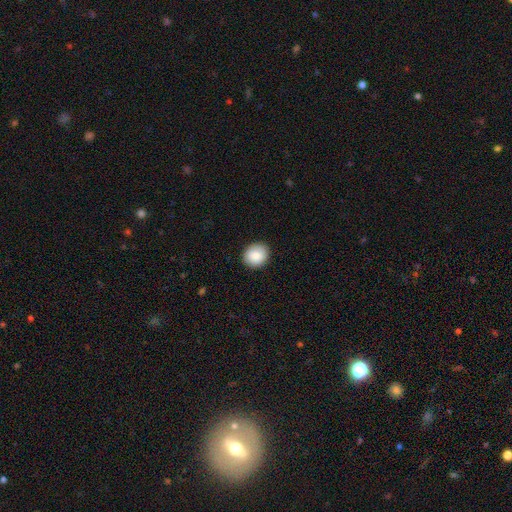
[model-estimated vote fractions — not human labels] Smooth or featured? smooth (86%)
How rounded? round (75%)
Merging? none (90%)